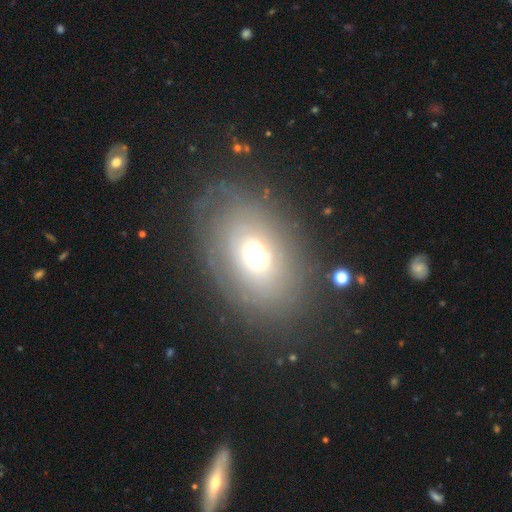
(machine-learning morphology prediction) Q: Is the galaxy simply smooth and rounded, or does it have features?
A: featured or disk — 52%.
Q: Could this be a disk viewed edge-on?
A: no — 93%.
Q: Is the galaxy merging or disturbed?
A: none — 72%.